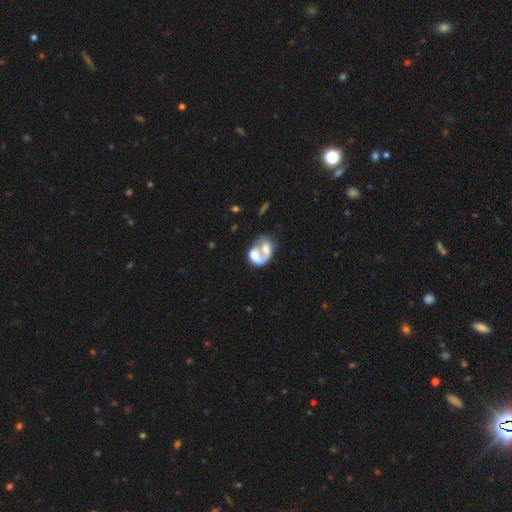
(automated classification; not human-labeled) A featured or disk galaxy (52%) with no bar (83%), no spiral arms (62%) and a moderate central bulge (37%). Merging: merger (70%).